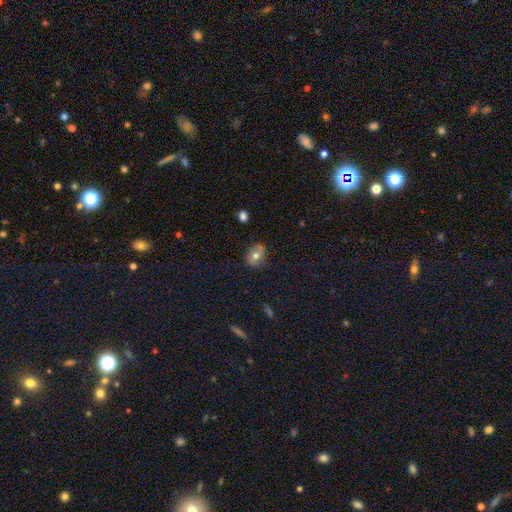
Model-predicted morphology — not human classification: smooth 68%, featured or disk 22%, star or artifact 10%. Down the decision tree: how rounded — in between (63%); merging — none (76%).